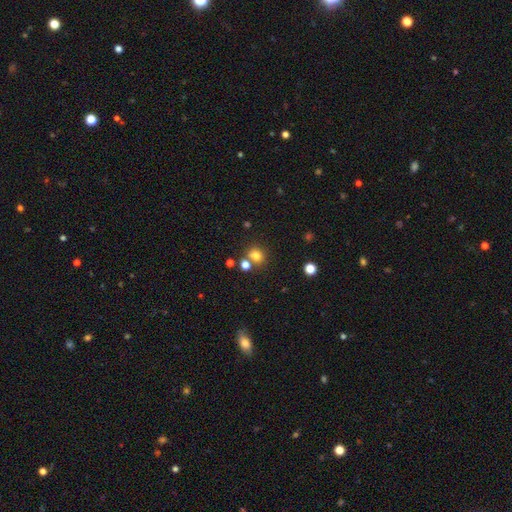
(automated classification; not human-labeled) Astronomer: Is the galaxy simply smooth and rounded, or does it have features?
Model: smooth — 76%.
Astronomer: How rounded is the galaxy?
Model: round — 76%.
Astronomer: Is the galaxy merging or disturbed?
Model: none — 65%.